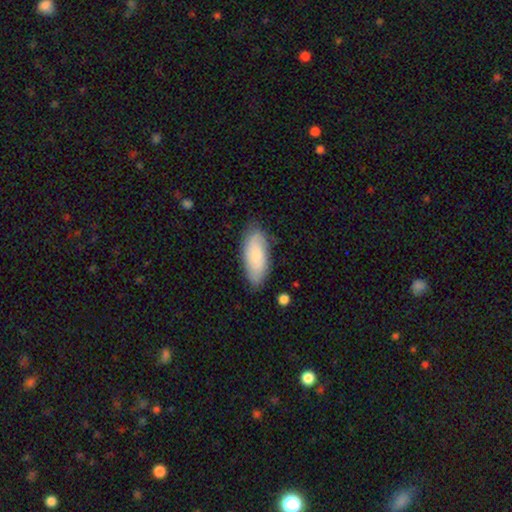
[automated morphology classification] type=smooth (69%); roundness=in between (84%); merging=none (76%).